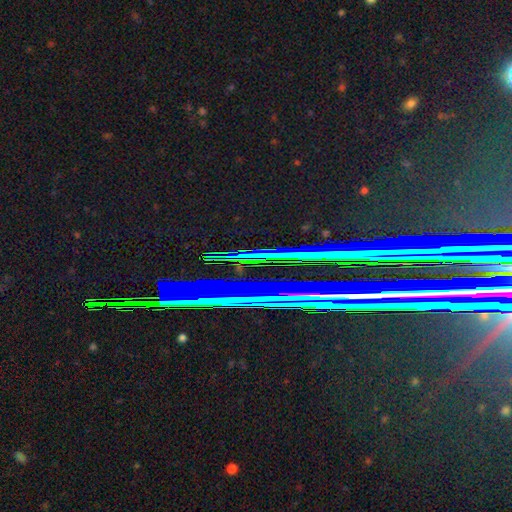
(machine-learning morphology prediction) Smooth or featured: star or artifact — 82% (featured or disk — 10%)